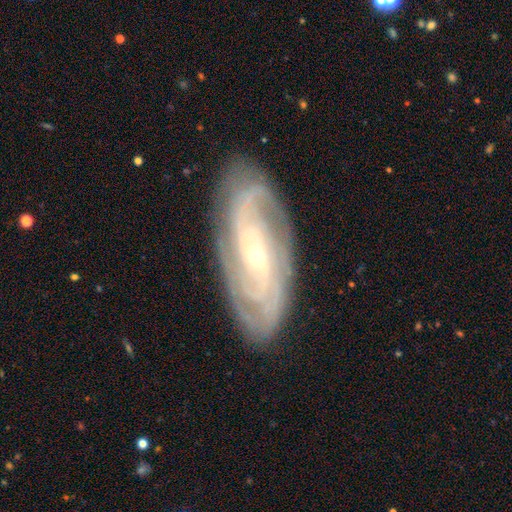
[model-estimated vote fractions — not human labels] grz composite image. It shows a featured or disk galaxy (88%) with no bar (58%), 2 (28%) tight (65%) spiral arms (97%) and a small central bulge (78%). Merging: none (83%).